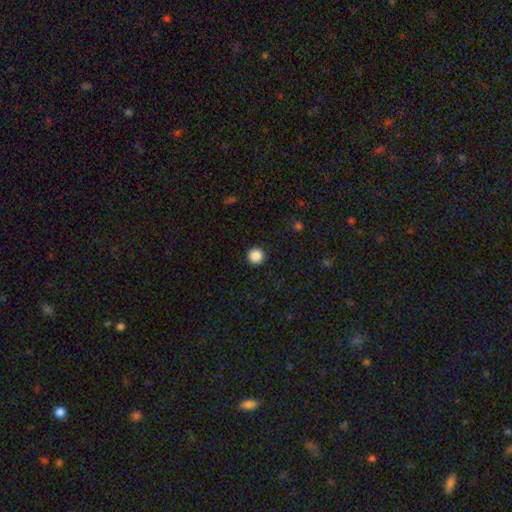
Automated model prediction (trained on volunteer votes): The model was most divided on "smooth or featured": smooth: 88%, star or artifact: 10%, featured or disk: 3%. More confident: how rounded — round (96%); merging — none (93%).